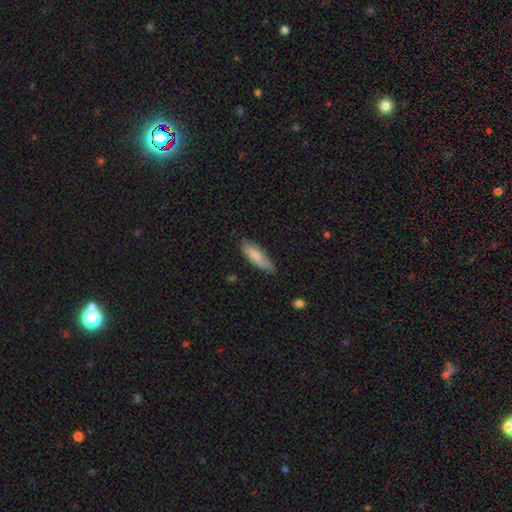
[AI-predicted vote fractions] This is clearly a smooth galaxy (80%). How rounded: possibly in between (55%). Merging: likely none (70%).